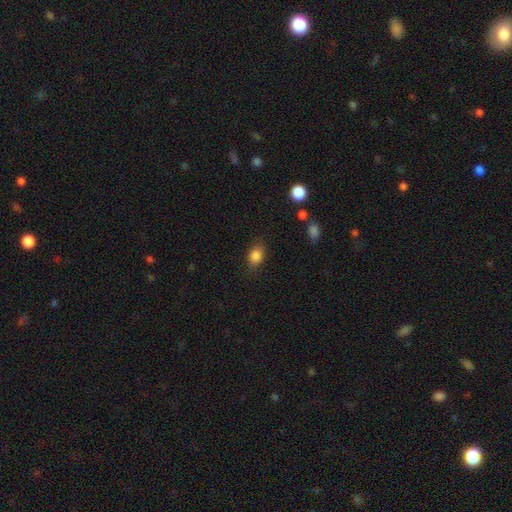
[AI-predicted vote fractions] Smooth or featured?
  - smooth: 84% *
  - star or artifact: 10%
  - featured or disk: 6%
How rounded?
  - in between: 71% *
  - round: 27%
  - cigar-shaped: 2%
Merging?
  - none: 81% *
  - minor disturbance: 14%
  - major disturbance: 4%
  - merger: 1%